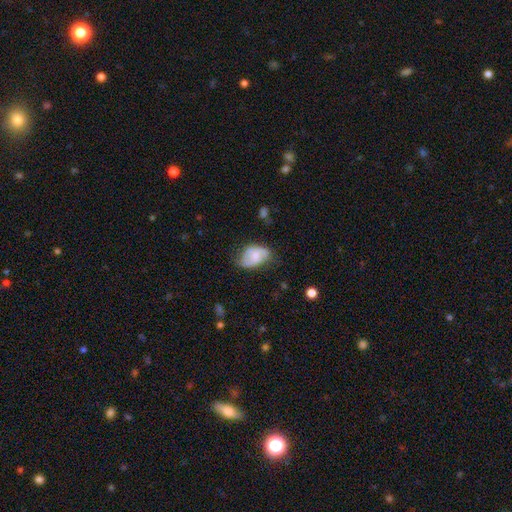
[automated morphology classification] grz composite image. It shows a smooth galaxy with no disk features (47%). Merging: none (55%).